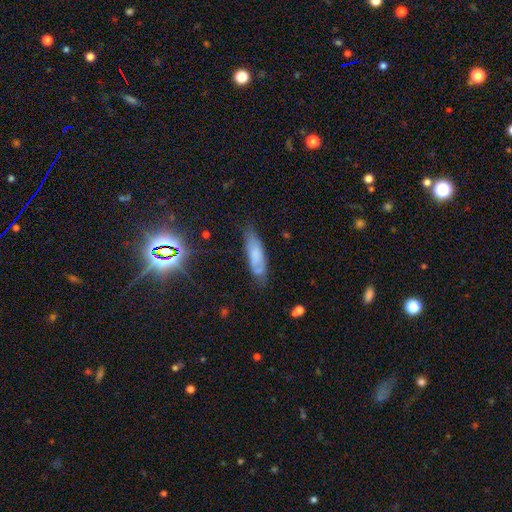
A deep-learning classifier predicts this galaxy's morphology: smooth 60%, featured or disk 27%, star or artifact 13%. Down the decision tree: how rounded — cigar-shaped (50%); merging — none (65%).